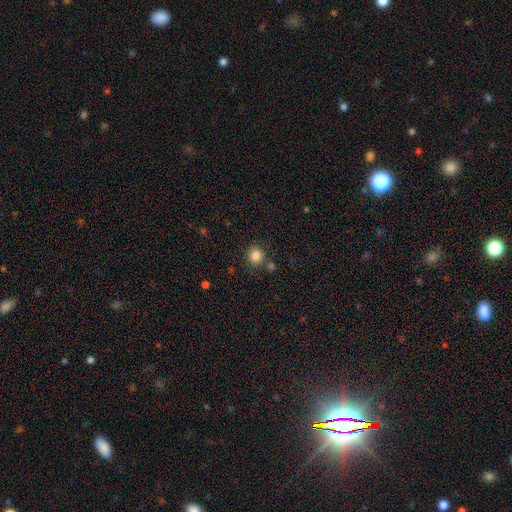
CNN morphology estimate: Q: Smooth or featured?
A: smooth (84%); runner-up: star or artifact (11%)
Q: How rounded?
A: round (89%); runner-up: in between (11%)
Q: Merging?
A: none (82%); runner-up: minor disturbance (9%)